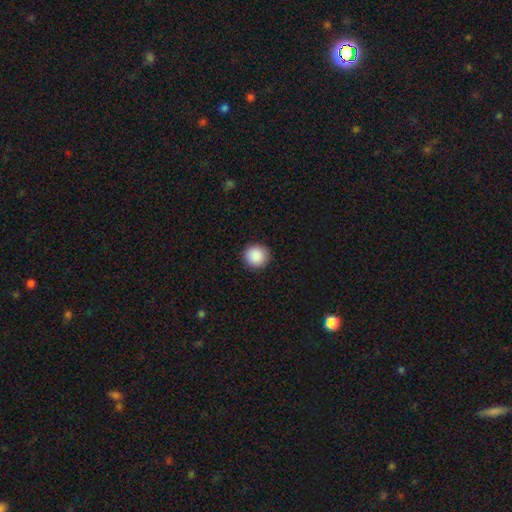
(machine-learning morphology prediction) Smooth or featured: smooth — 89% (star or artifact — 8%)
How rounded: round — 94% (in between — 5%)
Merging: none — 92% (minor disturbance — 5%)